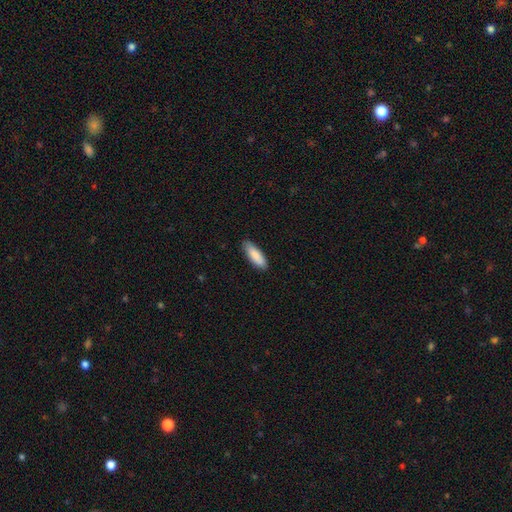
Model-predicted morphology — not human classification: Overall: smooth (88%). How rounded: in between (57%; cigar-shaped 41%). Merging: none (86%).